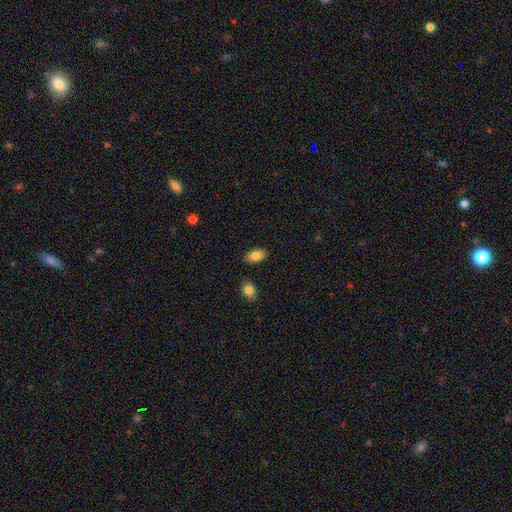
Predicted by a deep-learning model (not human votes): This is clearly a smooth galaxy (84%). How rounded: clearly in between (93%). Merging: clearly none (83%).